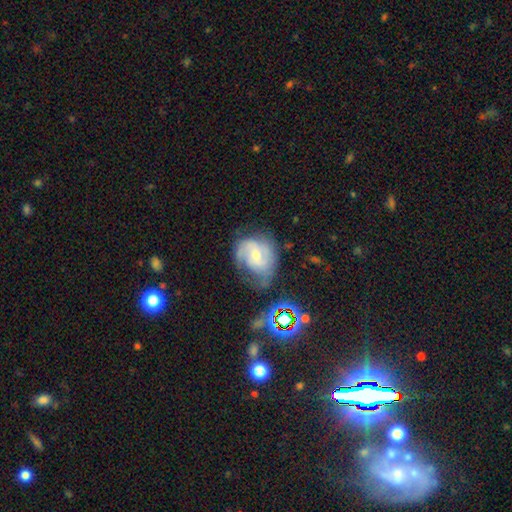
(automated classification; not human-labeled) This is likely a featured or disk galaxy (70%). It is clearly not viewed edge-on (97%). Bar: possibly weak (46%). Spiral arm pattern: clearly yes (88%). Spiral arm count: possibly 2 (50%). Spiral winding: possibly medium (45%). Central bulge: possibly small (51%). Merging: marginally none (42%).